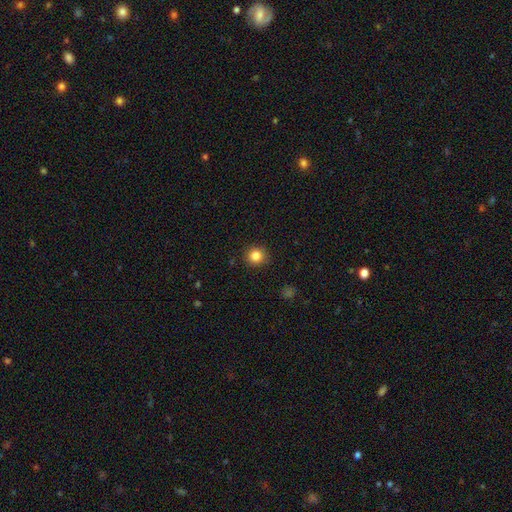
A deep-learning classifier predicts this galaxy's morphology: type=smooth (84%); roundness=round (92%); merging=none (90%).